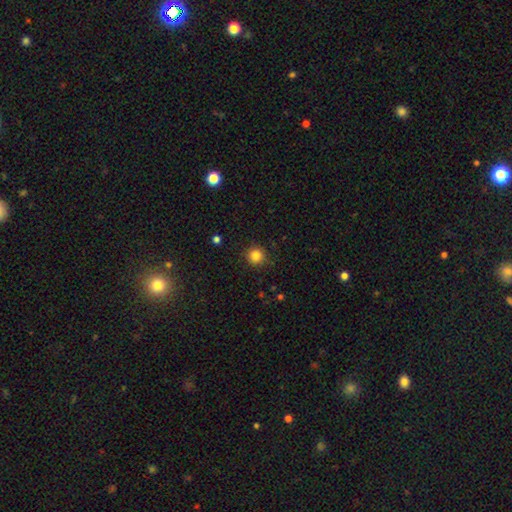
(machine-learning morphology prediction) Smooth or featured? Predicted: smooth (p=0.84). How rounded? Predicted: round (p=0.94). Merging? Predicted: none (p=0.89).